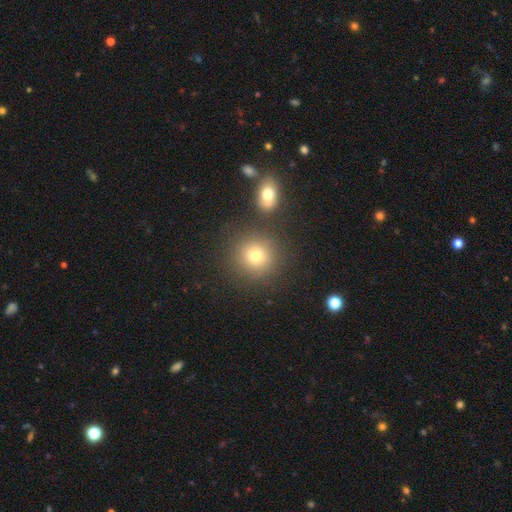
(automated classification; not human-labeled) Morphology: type=smooth (74%); roundness=round (91%); merging=none (81%).